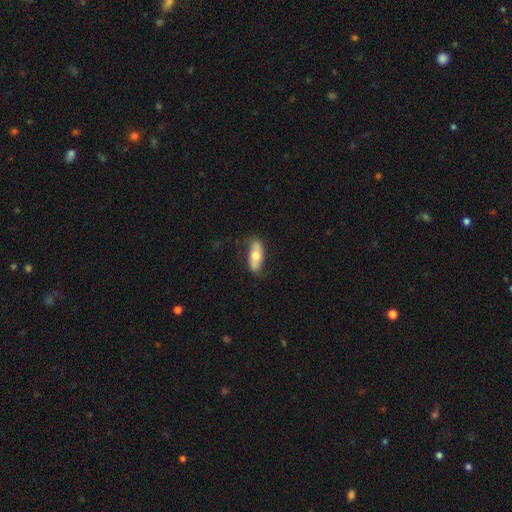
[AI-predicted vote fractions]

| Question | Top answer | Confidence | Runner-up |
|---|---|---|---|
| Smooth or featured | smooth | 58% | featured or disk (36%) |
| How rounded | in between | 77% | cigar-shaped (20%) |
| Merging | none | 73% | minor disturbance (20%) |